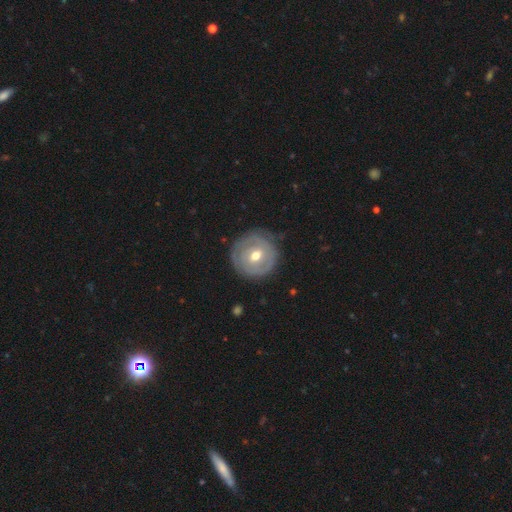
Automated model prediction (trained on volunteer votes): A featured or disk galaxy (62%) with no bar (58%), spiral arms (59%) and a moderate central bulge (75%).

Vote fractions:
- Smooth or featured? featured or disk: 62% / smooth: 32% / star or artifact: 6%
- Edge-on disk? no: 96% / yes: 4%
- Bar? no: 58% / weak: 33% / strong: 9%
- Spiral arms? yes: 59% / no: 41%
- Bulge size? moderate: 75% / small: 20% / large: 4% / dominant: 1% / none: 1%
- Merging? none: 79% / minor disturbance: 15% / major disturbance: 5% / merger: 1%